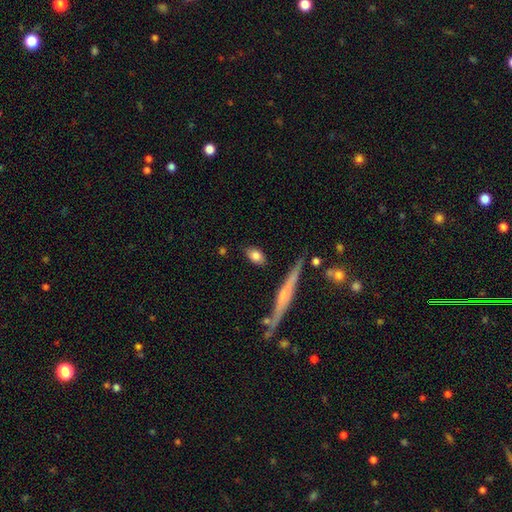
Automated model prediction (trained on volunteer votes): Q: Smooth or featured?
A: smooth (80%); runner-up: featured or disk (13%)
Q: How rounded?
A: in between (85%); runner-up: round (9%)
Q: Merging?
A: none (82%); runner-up: minor disturbance (12%)